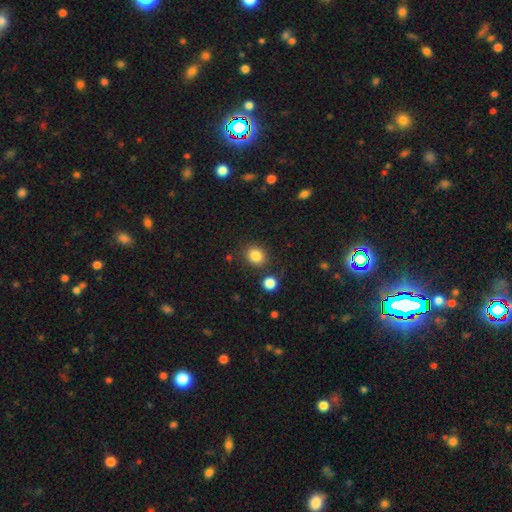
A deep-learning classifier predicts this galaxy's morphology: type=smooth (84%); roundness=round (72%); merging=none (84%).